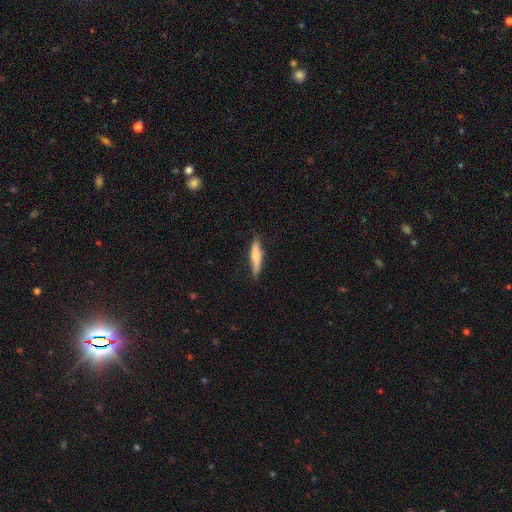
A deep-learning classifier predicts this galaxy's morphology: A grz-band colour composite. It shows a smooth galaxy with no disk features (54%) that is cigar-shaped (85%). Merging: none (80%).